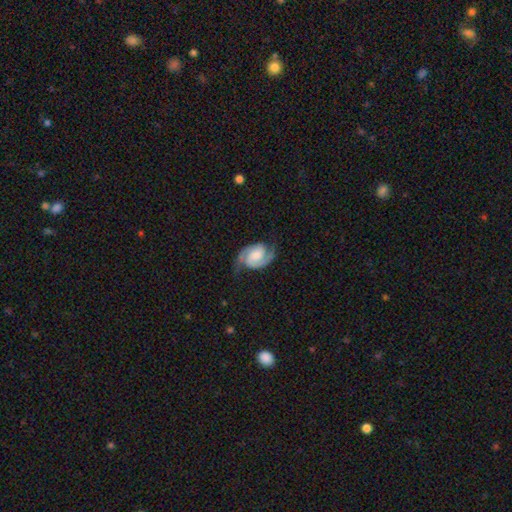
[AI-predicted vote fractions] Smooth or featured? Predicted: featured or disk (p=0.89). Edge-on disk? Predicted: no (p=0.98). Bar? Predicted: no (p=0.56). Spiral arms? Predicted: yes (p=0.98). Spiral winding? Predicted: medium (p=0.51). Spiral arm count? Predicted: 2 (p=0.93). Bulge size? Predicted: moderate (p=0.47). Merging? Predicted: none (p=0.74).